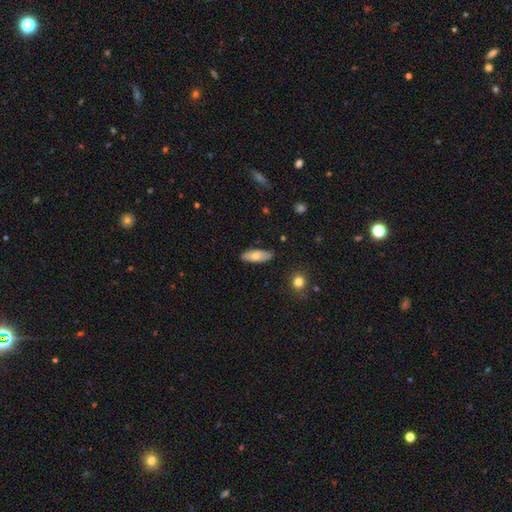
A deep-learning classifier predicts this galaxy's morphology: This is likely a smooth galaxy (66%). How rounded: likely in between (75%). Merging: clearly none (81%).